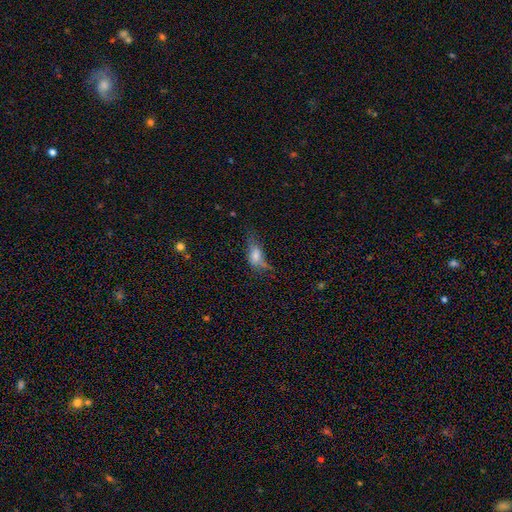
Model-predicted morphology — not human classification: The model was most divided on "merging": none: 34%, minor disturbance: 31%, major disturbance: 29%, merger: 6%. More confident: how rounded — in between (80%); smooth or featured — smooth (65%).